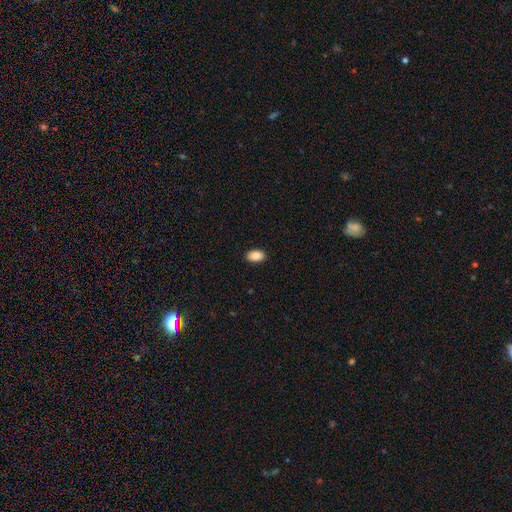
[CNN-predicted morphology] Smooth or featured? Predicted: smooth (p=0.89). How rounded? Predicted: in between (p=0.92). Merging? Predicted: none (p=0.90).